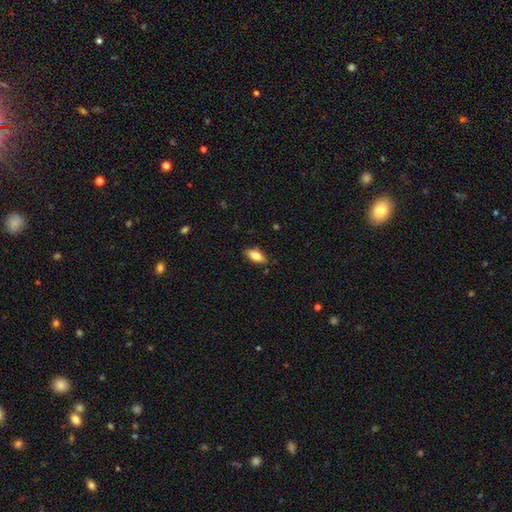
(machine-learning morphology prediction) type=smooth (76%); roundness=in between (80%); merging=none (83%).